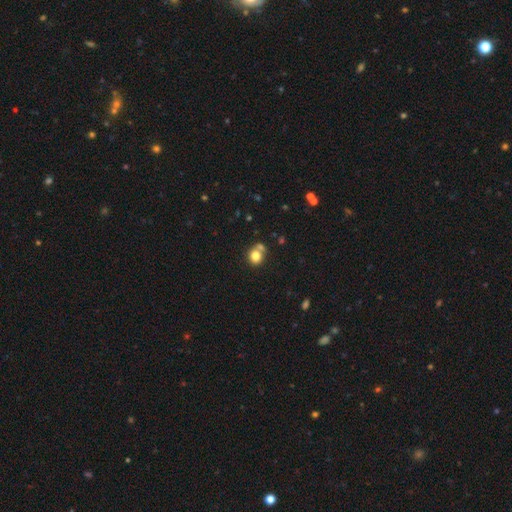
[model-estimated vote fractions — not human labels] smooth 80%, star or artifact 11%, featured or disk 9%. Down the decision tree: how rounded — round (79%); merging — none (56%).